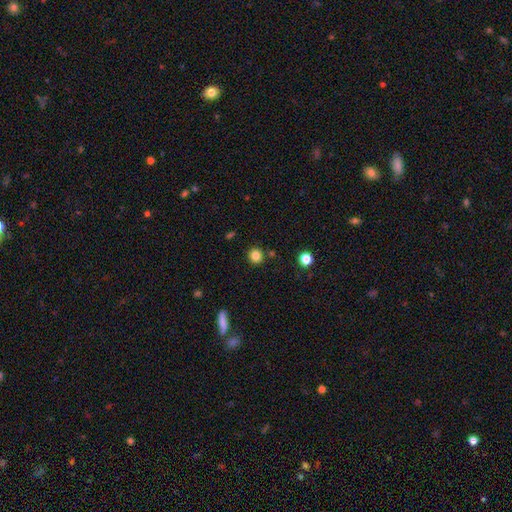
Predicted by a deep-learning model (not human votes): Smooth or featured?
  - smooth: 83% *
  - star or artifact: 12%
  - featured or disk: 5%
How rounded?
  - round: 90% *
  - in between: 9%
  - cigar-shaped: 1%
Merging?
  - none: 87% *
  - minor disturbance: 7%
  - merger: 4%
  - major disturbance: 2%